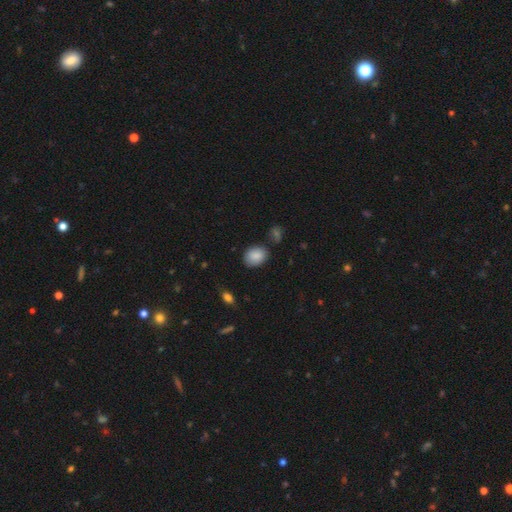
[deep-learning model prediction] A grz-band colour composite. It shows a smooth galaxy with no disk features (87%) that is in between round and cigar-shaped (64%). Merging: none (76%).